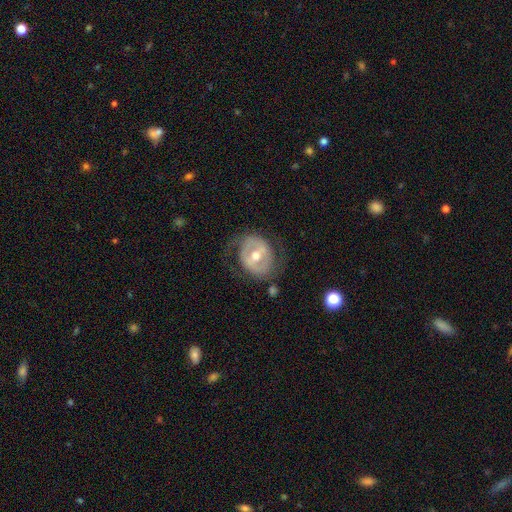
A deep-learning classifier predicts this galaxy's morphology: A featured or disk galaxy (68%) with a weak bar (39%), no spiral arms (59%) and a moderate central bulge (75%). Merging: none (65%).